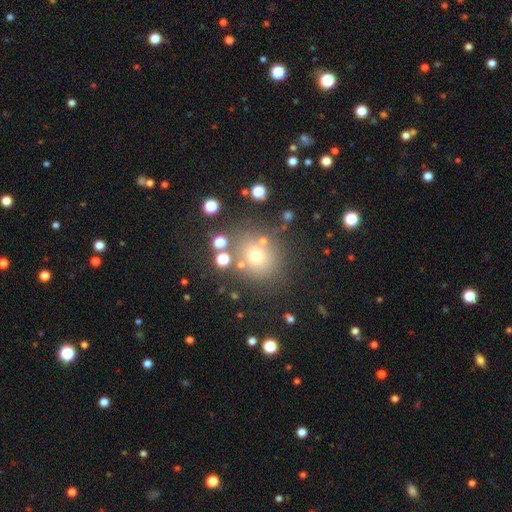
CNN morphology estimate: Smooth or featured?
  - smooth: 64% *
  - star or artifact: 23%
  - featured or disk: 13%
How rounded?
  - round: 79% *
  - in between: 20%
  - cigar-shaped: 1%
Merging?
  - none: 75% *
  - minor disturbance: 11%
  - merger: 9%
  - major disturbance: 5%